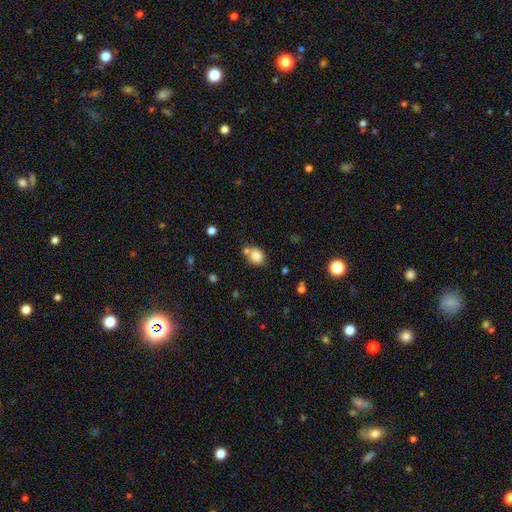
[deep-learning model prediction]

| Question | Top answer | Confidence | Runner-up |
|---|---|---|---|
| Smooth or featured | smooth | 82% | star or artifact (10%) |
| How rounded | round | 57% | in between (42%) |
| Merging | none | 57% | merger (24%) |